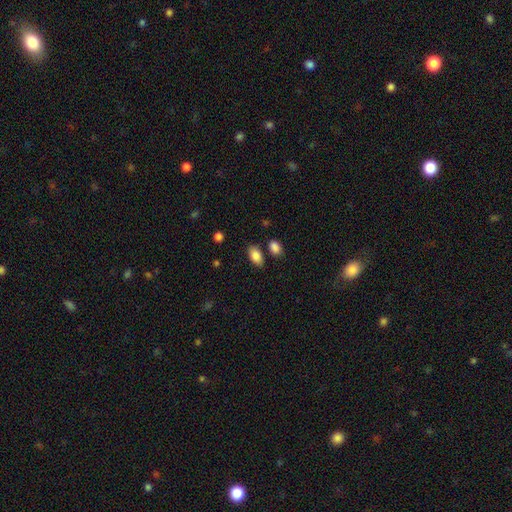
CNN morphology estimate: A smooth galaxy with no disk features (86%) that is in between round and cigar-shaped (92%). Merging: none (78%).